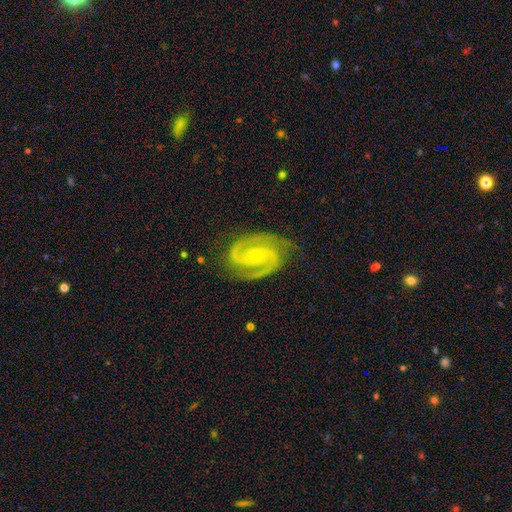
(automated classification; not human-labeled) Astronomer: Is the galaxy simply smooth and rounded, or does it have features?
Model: featured or disk — 93%.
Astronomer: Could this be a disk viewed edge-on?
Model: no — 98%.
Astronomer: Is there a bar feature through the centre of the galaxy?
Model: no — 55% (runner-up: weak, 31%).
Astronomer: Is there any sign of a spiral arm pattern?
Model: yes — 99%.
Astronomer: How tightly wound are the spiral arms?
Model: medium — 52% (runner-up: tight, 41%).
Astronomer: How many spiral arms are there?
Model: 2 — 93%.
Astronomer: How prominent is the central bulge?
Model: small — 79%.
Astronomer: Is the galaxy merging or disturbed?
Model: none — 82%.